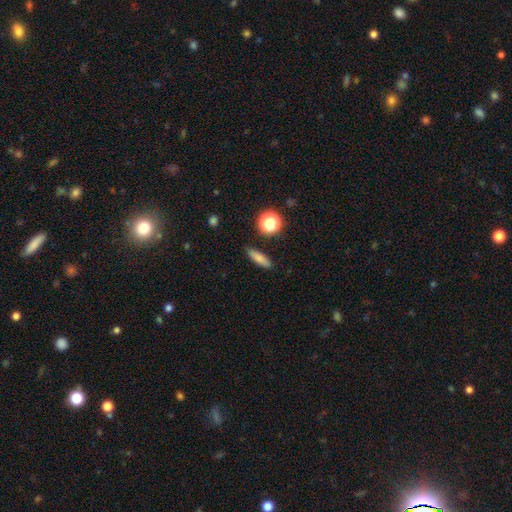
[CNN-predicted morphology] A smooth galaxy with no disk features (74%) that is cigar-shaped (57%).

Vote fractions:
- Smooth or featured? smooth: 74% / featured or disk: 14% / star or artifact: 12%
- How rounded? cigar-shaped: 57% / in between: 33% / round: 10%
- Merging? none: 88% / minor disturbance: 8% / major disturbance: 2% / merger: 2%